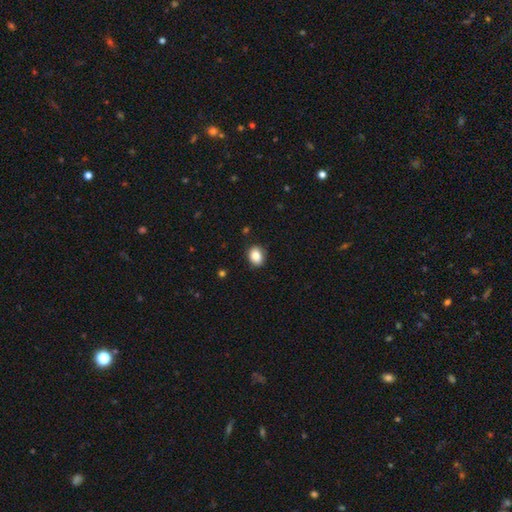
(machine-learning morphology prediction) This is clearly a smooth galaxy (86%). How rounded: possibly in between (56%). Merging: clearly none (86%).